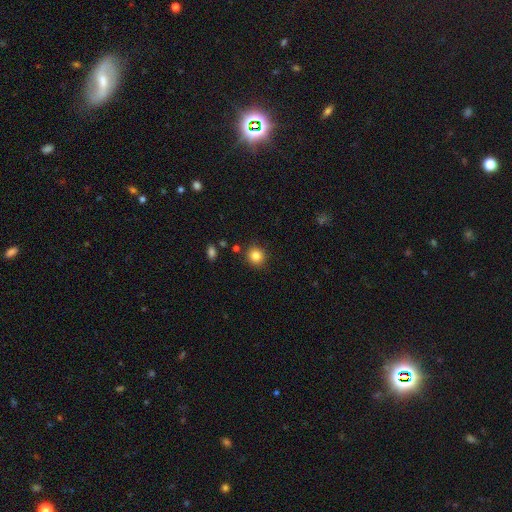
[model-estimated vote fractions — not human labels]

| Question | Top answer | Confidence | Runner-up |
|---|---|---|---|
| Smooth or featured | smooth | 84% | star or artifact (11%) |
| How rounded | round | 88% | in between (12%) |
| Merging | none | 88% | minor disturbance (8%) |